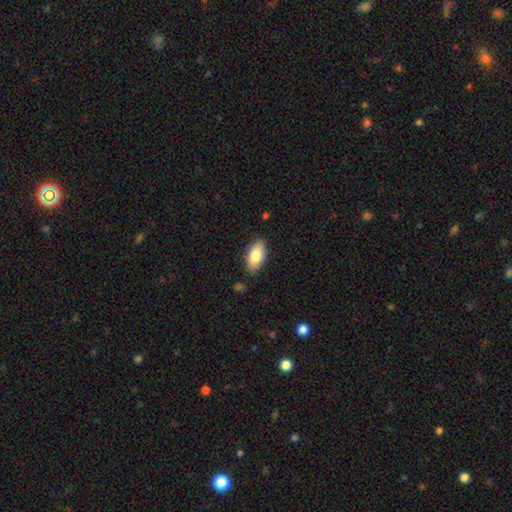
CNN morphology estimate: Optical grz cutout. It shows a smooth galaxy with no disk features (79%) that is in between round and cigar-shaped (91%). Merging: none (81%).